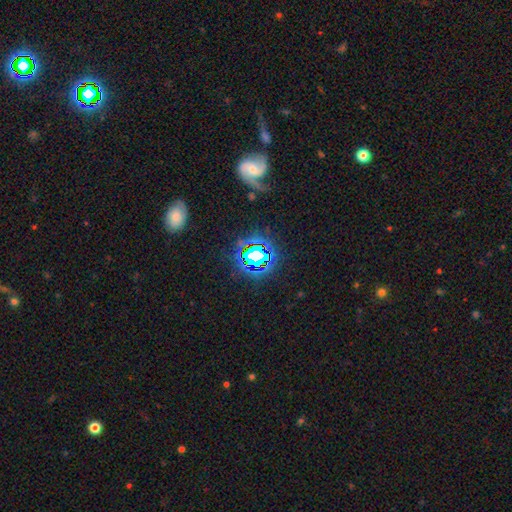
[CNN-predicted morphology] The model was most divided on "smooth or featured": star or artifact: 72%, smooth: 16%, featured or disk: 12%.